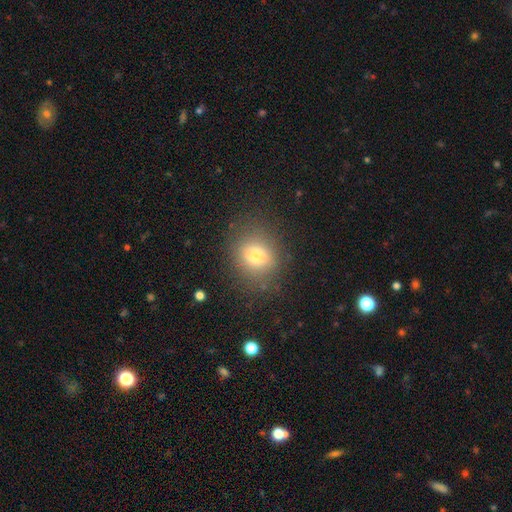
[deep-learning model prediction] A smooth galaxy with no disk features (76%) that is round (70%).

Vote fractions:
- Smooth or featured? smooth: 76% / star or artifact: 13% / featured or disk: 11%
- How rounded? round: 70% / in between: 29% / cigar-shaped: 1%
- Merging? none: 80% / minor disturbance: 13% / major disturbance: 6% / merger: 2%